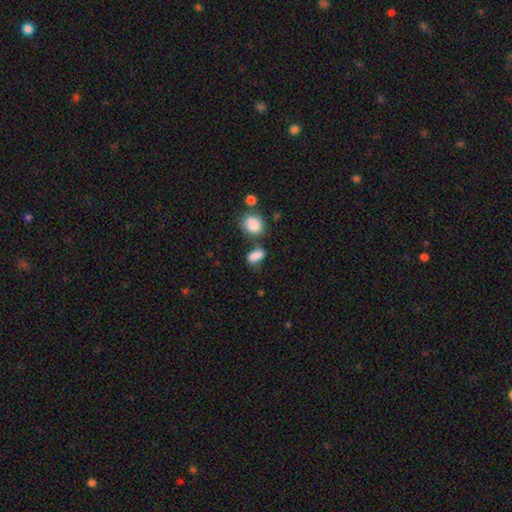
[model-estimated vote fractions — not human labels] Smooth or featured? Predicted: smooth (p=0.84). How rounded? Predicted: in between (p=0.81). Merging? Predicted: none (p=0.50).